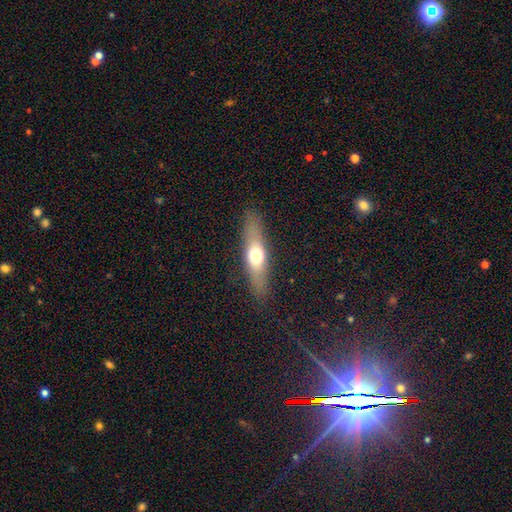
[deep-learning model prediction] This is possibly a smooth galaxy (54%). How rounded: likely cigar-shaped (65%). Merging: clearly none (86%).